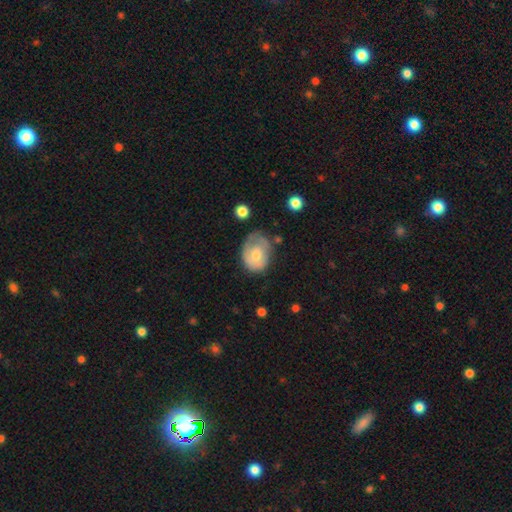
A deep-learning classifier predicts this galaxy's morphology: Smooth or featured: smooth — 49% (featured or disk — 44%)
Merging: none — 49% (minor disturbance — 33%)